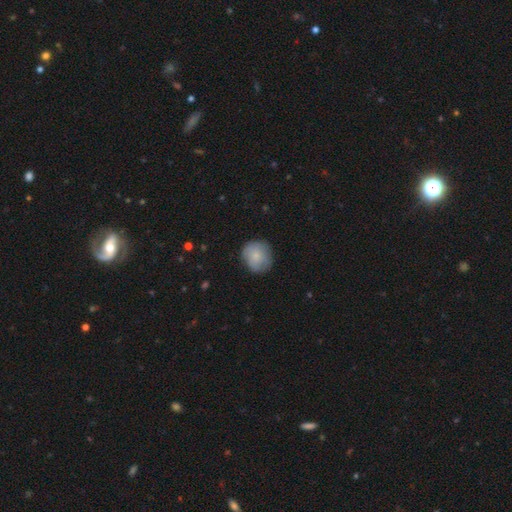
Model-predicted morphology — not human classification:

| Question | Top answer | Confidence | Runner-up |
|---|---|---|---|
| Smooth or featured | smooth | 78% | featured or disk (15%) |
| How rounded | round | 86% | in between (13%) |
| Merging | none | 79% | minor disturbance (16%) |